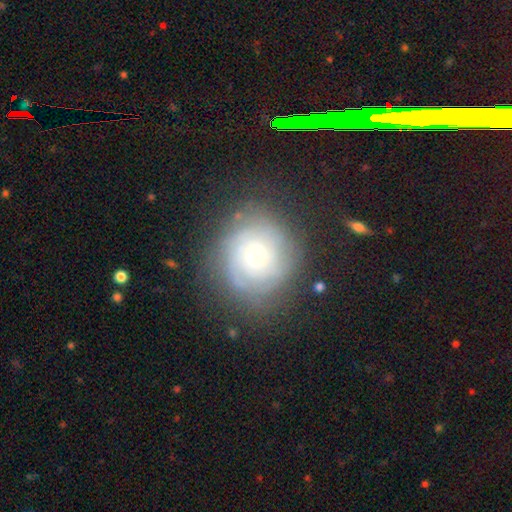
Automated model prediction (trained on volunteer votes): featured or disk 61%, smooth 29%, star or artifact 9%. Down the decision tree: edge-on disk — no (97%); bar — no (84%); spiral arms — yes (82%); bulge size — small (52%); merging — none (73%).